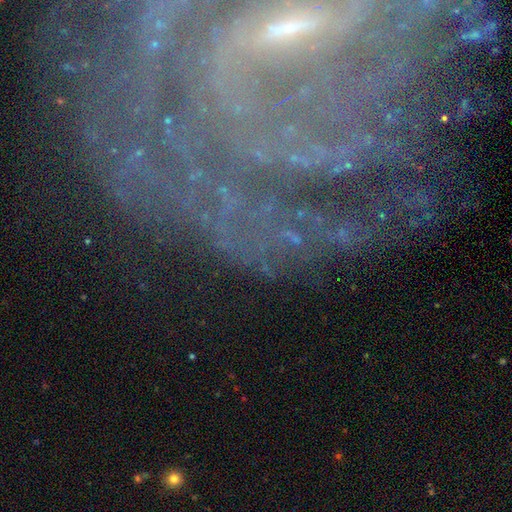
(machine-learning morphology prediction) featured or disk 50%, star or artifact 37%, smooth 13%. Down the decision tree: merging — none (71%).